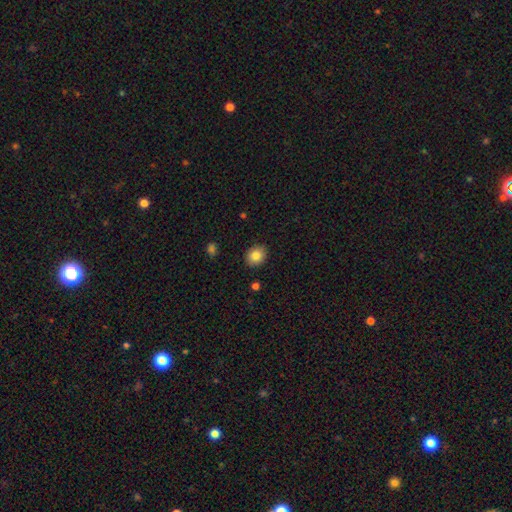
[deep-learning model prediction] smooth_or_featured: smooth (p=0.85) [alt: star or artifact p=0.09]
how_rounded: round (p=0.58) [alt: in between p=0.41]
merging: none (p=0.89) [alt: minor disturbance p=0.08]